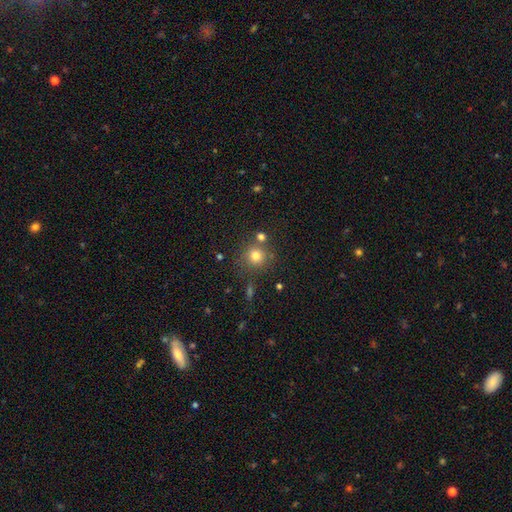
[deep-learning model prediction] smooth_or_featured: smooth (p=0.78) [alt: star or artifact p=0.14]
how_rounded: round (p=0.92) [alt: in between p=0.07]
merging: none (p=0.75) [alt: merger p=0.11]